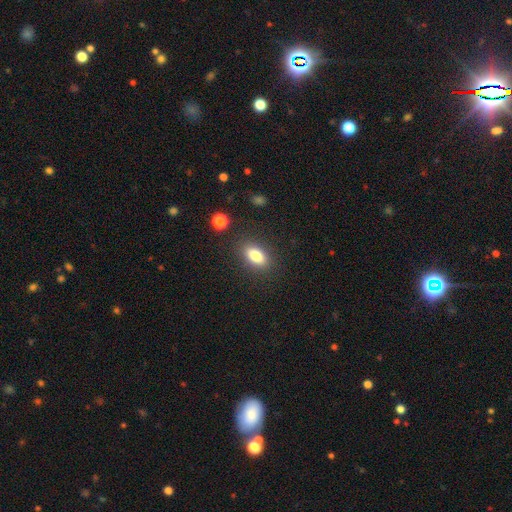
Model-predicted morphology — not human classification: This appears to be a smooth galaxy with no disk features (82%) that is in between round and cigar-shaped (86%). Merging: none (85%).